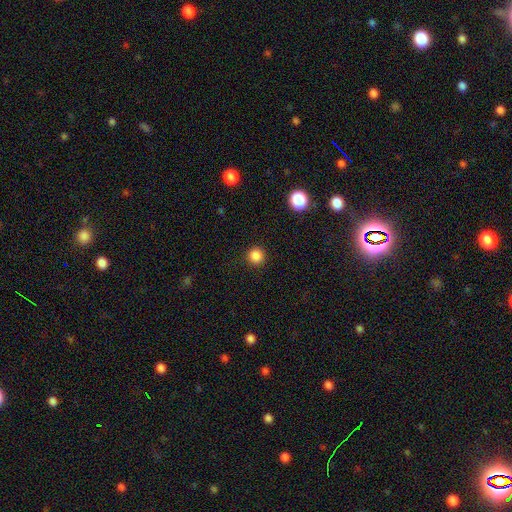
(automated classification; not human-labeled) A smooth galaxy with no disk features (85%) that is round (95%).

Vote fractions:
- Smooth or featured? smooth: 85% / star or artifact: 12% / featured or disk: 3%
- How rounded? round: 95% / in between: 4% / cigar-shaped: 1%
- Merging? none: 92% / minor disturbance: 5% / major disturbance: 2% / merger: 1%